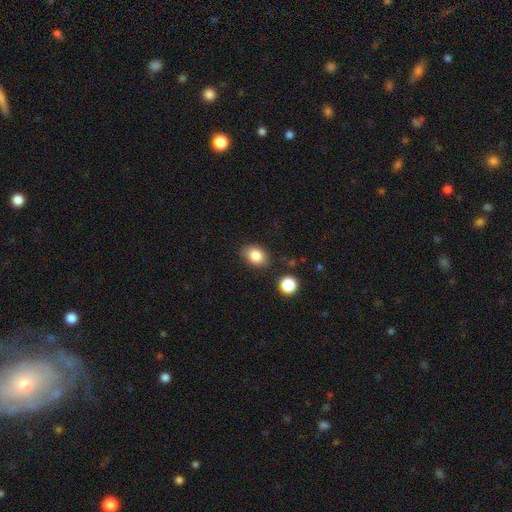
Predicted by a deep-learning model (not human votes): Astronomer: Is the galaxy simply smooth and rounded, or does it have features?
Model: smooth — 84%.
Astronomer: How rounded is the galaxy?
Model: in between — 72%.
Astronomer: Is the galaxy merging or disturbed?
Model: none — 80%.